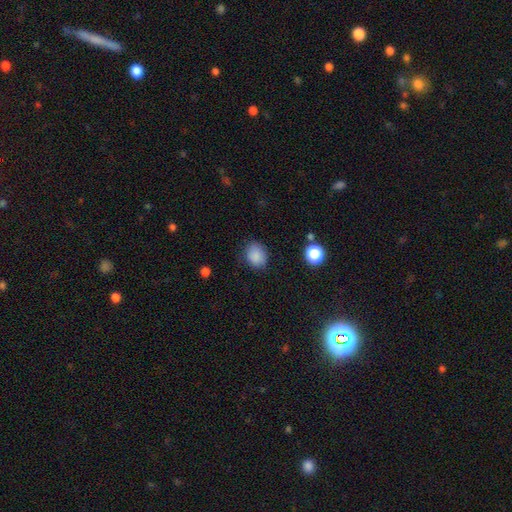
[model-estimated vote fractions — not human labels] Smooth or featured: smooth — 86% (star or artifact — 10%)
How rounded: round — 53% (in between — 46%)
Merging: none — 77% (minor disturbance — 17%)